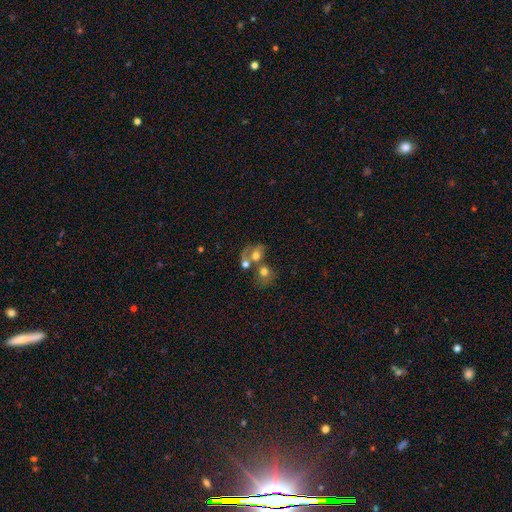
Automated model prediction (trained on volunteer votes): A smooth galaxy with no disk features (60%) that is round (51%).

Vote fractions:
- Smooth or featured? smooth: 60% / featured or disk: 28% / star or artifact: 12%
- How rounded? round: 51% / in between: 48% / cigar-shaped: 1%
- Merging? merger: 60% / none: 21% / major disturbance: 10% / minor disturbance: 9%